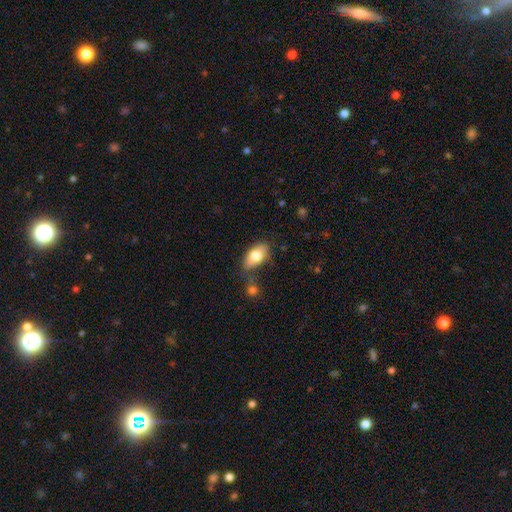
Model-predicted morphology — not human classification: The model was most divided on "merging": none: 65%, minor disturbance: 21%, merger: 8%, major disturbance: 6%. More confident: how rounded — in between (90%); smooth or featured — smooth (75%).